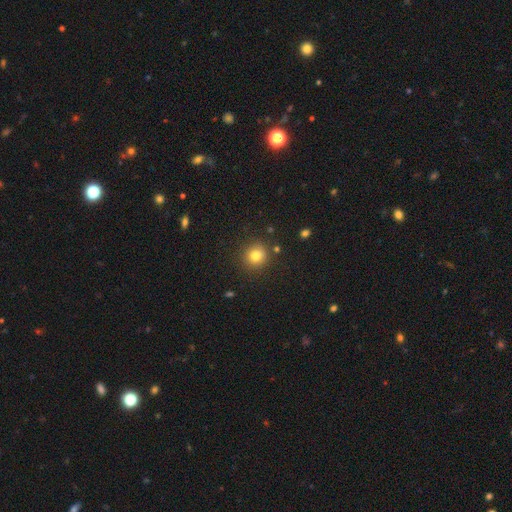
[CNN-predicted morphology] smooth-or-featured: smooth: 79% | star or artifact: 13% | featured or disk: 8%
  how-rounded: round: 89% | in between: 10% | cigar-shaped: 1%
  merging: none: 87% | minor disturbance: 8% | merger: 3% | major disturbance: 3%